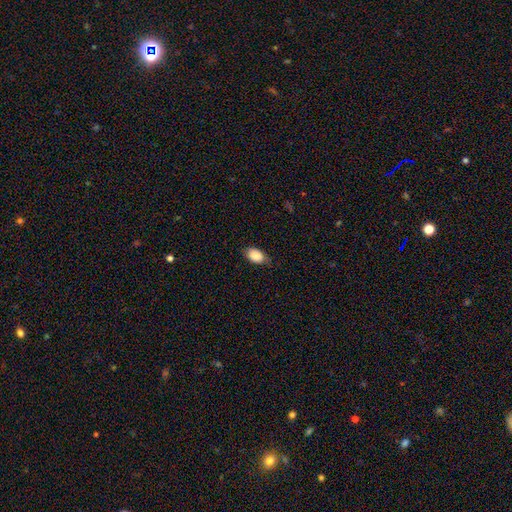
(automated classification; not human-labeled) Smooth or featured? smooth (88%)
How rounded? in between (89%)
Merging? none (71%)